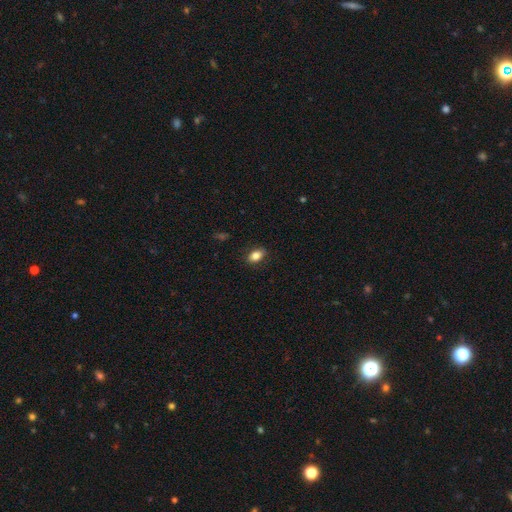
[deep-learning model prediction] Overall: smooth (84%). How rounded: in between (85%). Merging: none (86%).